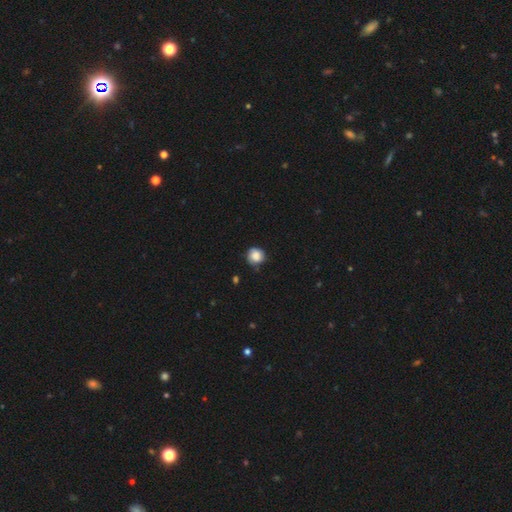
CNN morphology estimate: This appears to be a smooth galaxy with no disk features (83%) that is round (87%). Merging: none (71%).